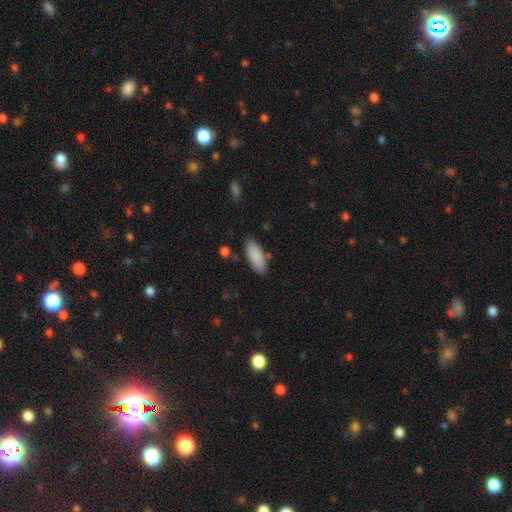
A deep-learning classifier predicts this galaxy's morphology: A smooth galaxy with no disk features (89%) that is in between round and cigar-shaped (81%). Merging: none (83%).